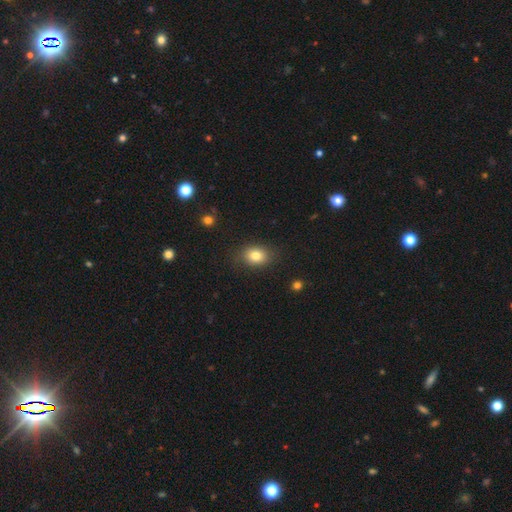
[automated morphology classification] A smooth galaxy with no disk features (82%) that is in between round and cigar-shaped (62%).

Vote fractions:
- Smooth or featured? smooth: 82% / star or artifact: 10% / featured or disk: 8%
- How rounded? in between: 62% / round: 37% / cigar-shaped: 1%
- Merging? none: 82% / minor disturbance: 13% / major disturbance: 3% / merger: 1%